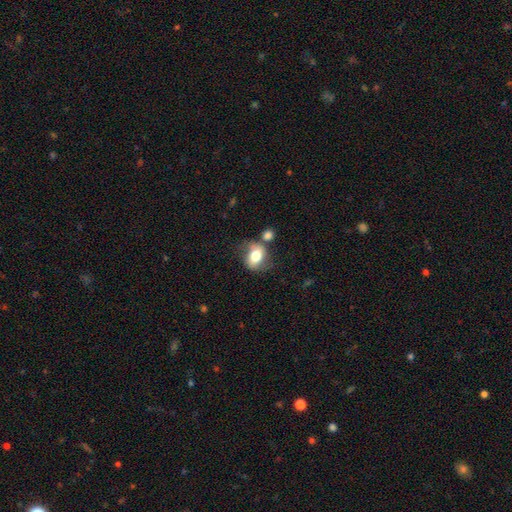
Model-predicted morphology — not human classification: This is likely a smooth galaxy (68%). How rounded: likely in between (68%). Merging: possibly none (47%).